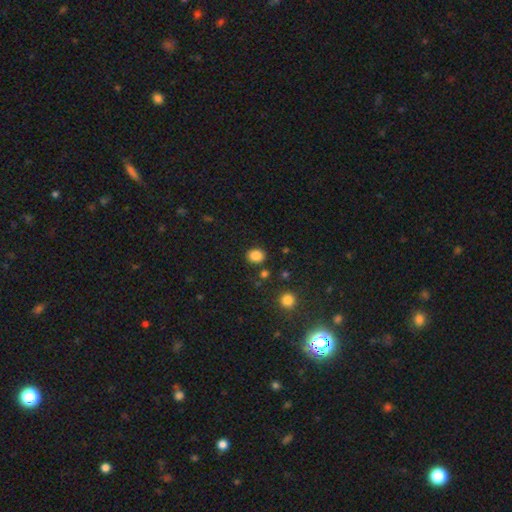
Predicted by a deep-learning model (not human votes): Morphology: type=smooth (85%); roundness=round (63%); merging=none (85%).